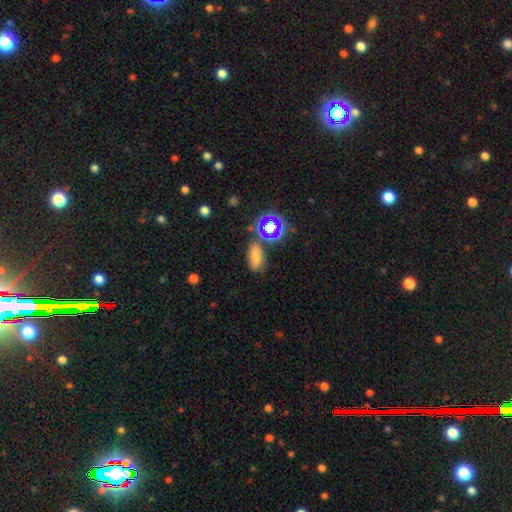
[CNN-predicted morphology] smooth_or_featured: smooth (p=0.67) [alt: star or artifact p=0.23]
how_rounded: in between (p=0.81) [alt: round p=0.13]
merging: none (p=0.64) [alt: minor disturbance p=0.18]